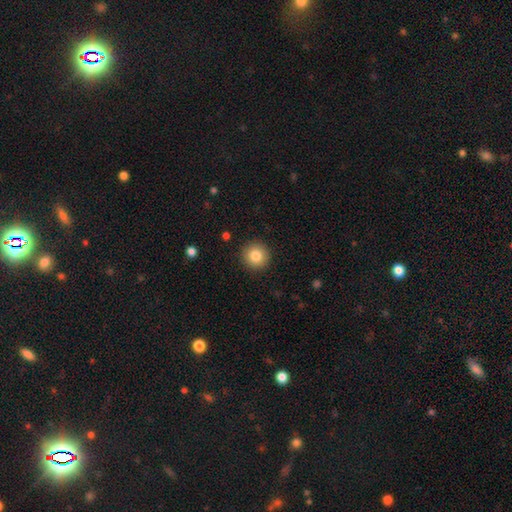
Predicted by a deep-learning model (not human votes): Q: Smooth or featured?
A: smooth (84%); runner-up: star or artifact (9%)
Q: How rounded?
A: round (95%); runner-up: in between (5%)
Q: Merging?
A: none (92%); runner-up: minor disturbance (6%)